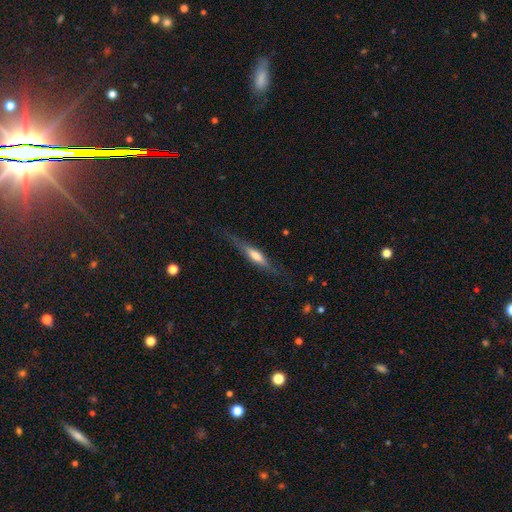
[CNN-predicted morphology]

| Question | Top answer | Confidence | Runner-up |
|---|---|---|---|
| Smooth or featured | featured or disk | 53% | smooth (41%) |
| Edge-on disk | yes | 91% | no (9%) |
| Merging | none | 74% | minor disturbance (18%) |